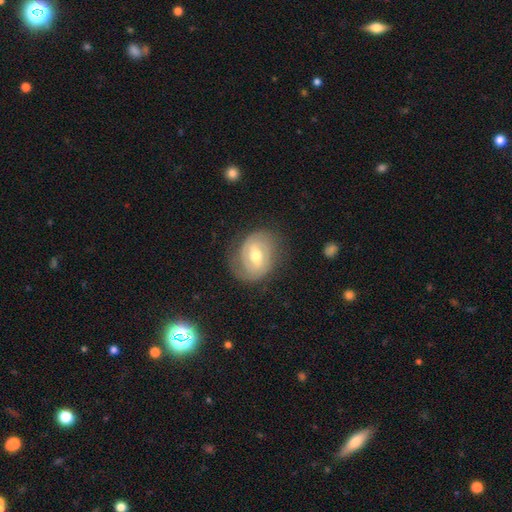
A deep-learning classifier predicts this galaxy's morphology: featured or disk 77%, smooth 17%, star or artifact 6%. Down the decision tree: edge-on disk — no (97%); bar — weak (50%); spiral arms — yes (87%); spiral arm count — 2 (67%); spiral winding — tight (58%); bulge size — moderate (75%); merging — none (73%).